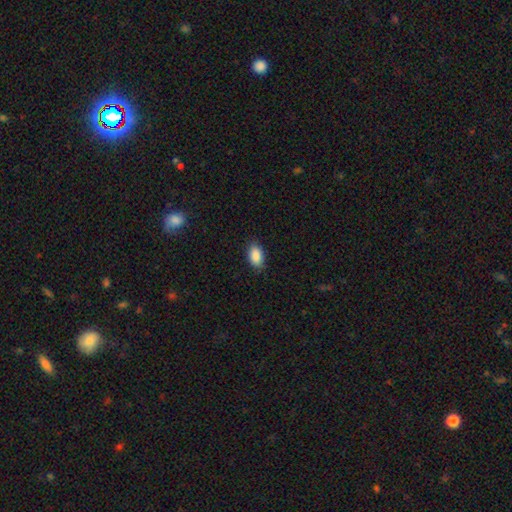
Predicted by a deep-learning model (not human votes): This is clearly a smooth galaxy (90%). How rounded: clearly in between (93%). Merging: clearly none (85%).